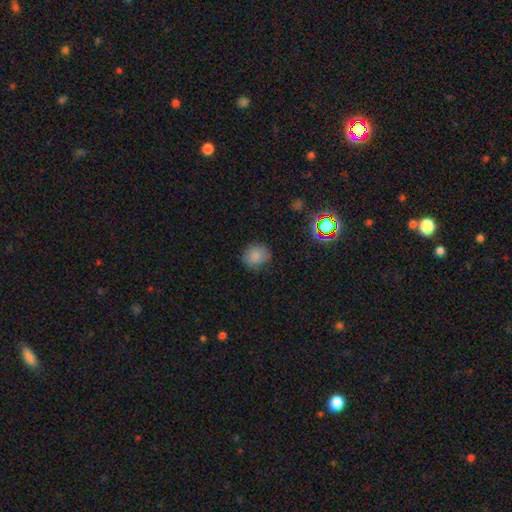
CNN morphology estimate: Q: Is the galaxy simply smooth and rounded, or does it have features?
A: smooth — 80%.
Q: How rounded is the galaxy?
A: round — 69%.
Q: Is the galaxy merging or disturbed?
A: none — 76%.